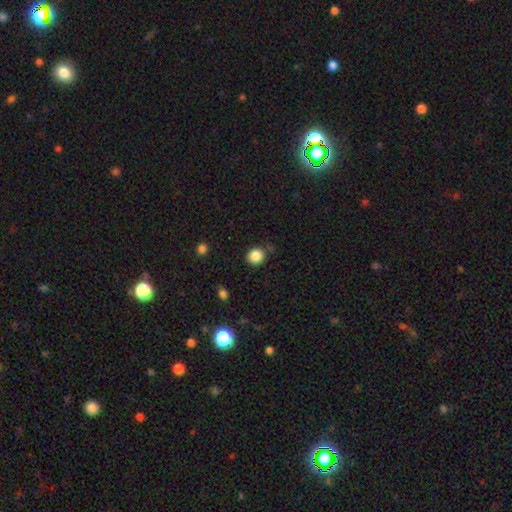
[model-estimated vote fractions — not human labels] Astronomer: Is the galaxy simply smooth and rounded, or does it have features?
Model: smooth — 86%.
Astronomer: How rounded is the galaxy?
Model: round — 86%.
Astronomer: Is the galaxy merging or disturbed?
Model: none — 82%.